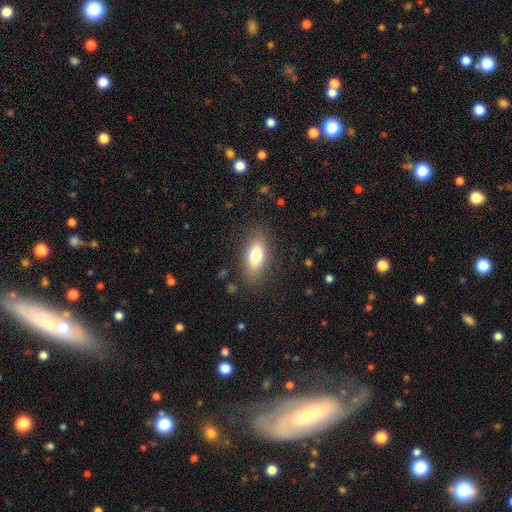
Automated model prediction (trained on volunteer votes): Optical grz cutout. It shows a smooth galaxy with no disk features (75%) that is in between round and cigar-shaped (81%). Merging: none (84%).